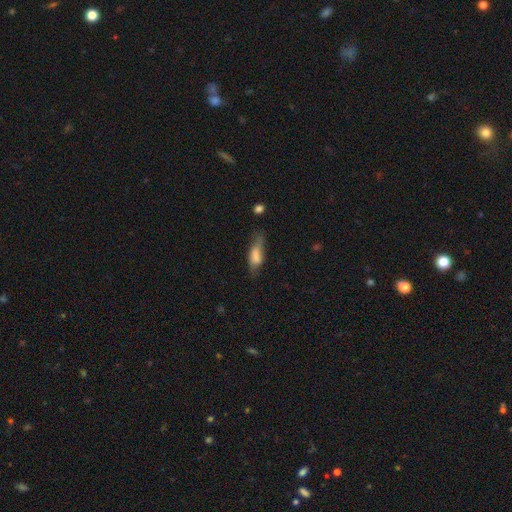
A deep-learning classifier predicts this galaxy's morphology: A smooth galaxy with no disk features (71%) that is in between round and cigar-shaped (57%). Merging: none (50%).